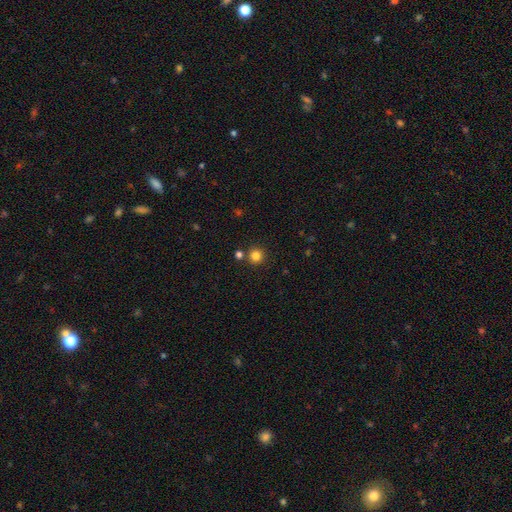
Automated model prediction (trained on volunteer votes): smooth-or-featured: smooth: 82% | star or artifact: 13% | featured or disk: 5%
  how-rounded: round: 95% | in between: 4% | cigar-shaped: 1%
  merging: none: 83% | merger: 8% | minor disturbance: 6% | major disturbance: 2%